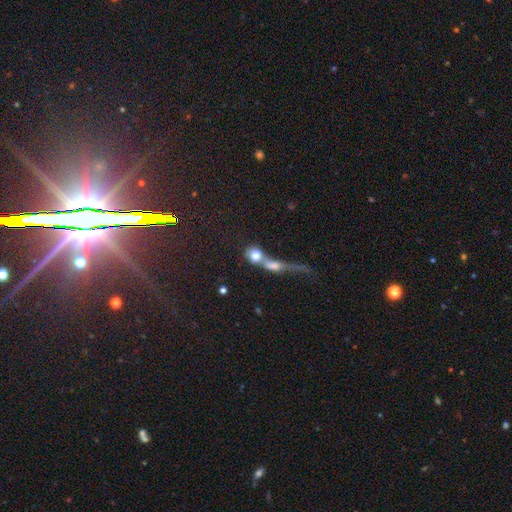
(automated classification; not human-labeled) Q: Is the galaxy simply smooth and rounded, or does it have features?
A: smooth — 68%.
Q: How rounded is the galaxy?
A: round — 68%.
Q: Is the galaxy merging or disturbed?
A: merger — 68%.